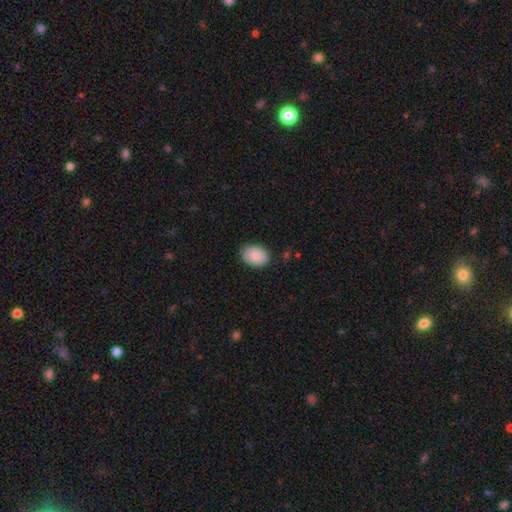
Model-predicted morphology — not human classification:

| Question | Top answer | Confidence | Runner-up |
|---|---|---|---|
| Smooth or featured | smooth | 85% | featured or disk (8%) |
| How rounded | in between | 78% | round (21%) |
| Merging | none | 83% | minor disturbance (14%) |